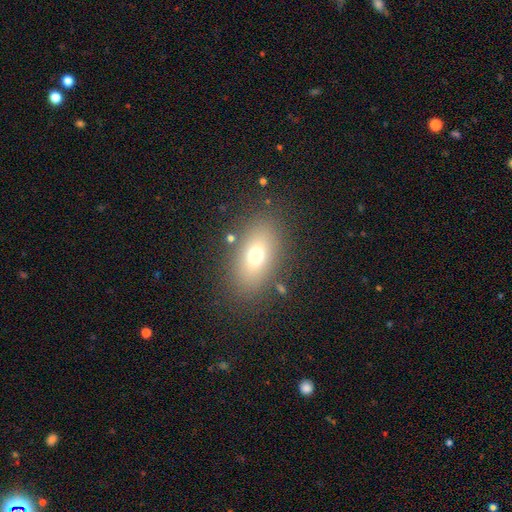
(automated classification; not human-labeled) This is likely a smooth galaxy (70%). How rounded: clearly in between (81%). Merging: clearly none (83%).